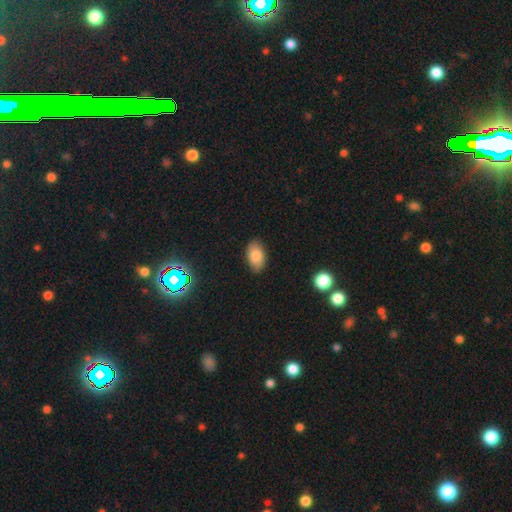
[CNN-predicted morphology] smooth-or-featured: smooth: 81% | featured or disk: 10% | star or artifact: 9%
  how-rounded: in between: 93% | round: 6% | cigar-shaped: 1%
  merging: none: 84% | minor disturbance: 12% | major disturbance: 2% | merger: 1%